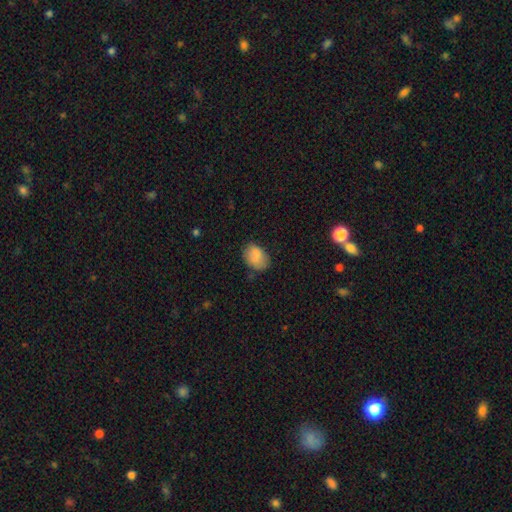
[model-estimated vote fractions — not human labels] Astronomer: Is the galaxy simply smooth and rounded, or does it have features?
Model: smooth — 80%.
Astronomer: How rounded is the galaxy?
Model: in between — 77%.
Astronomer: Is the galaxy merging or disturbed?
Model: none — 60%.